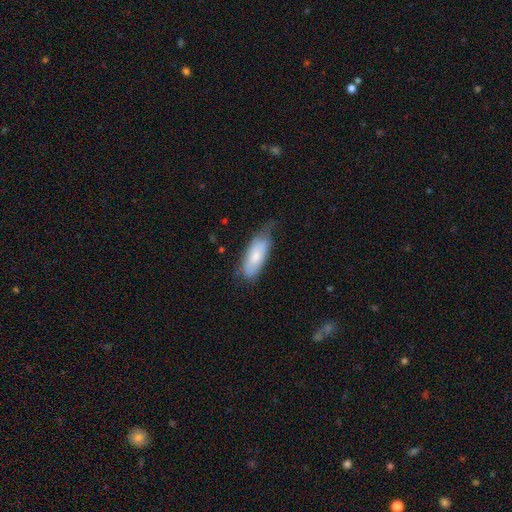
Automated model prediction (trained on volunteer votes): This is likely a smooth galaxy (72%). How rounded: likely in between (78%). Merging: possibly none (48%).